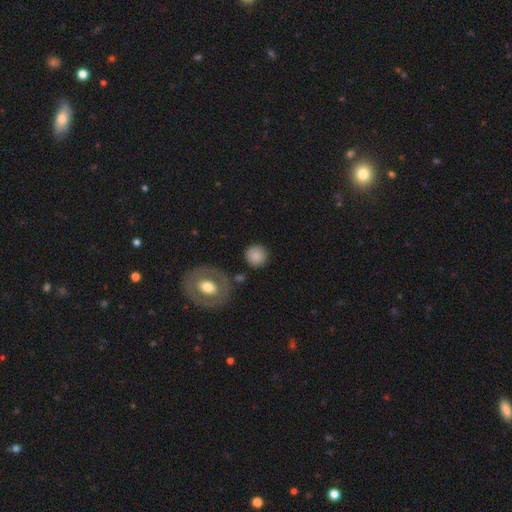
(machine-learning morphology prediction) The model was most divided on "smooth or featured": smooth: 82%, featured or disk: 10%, star or artifact: 8%. More confident: how rounded — round (92%); merging — none (85%).